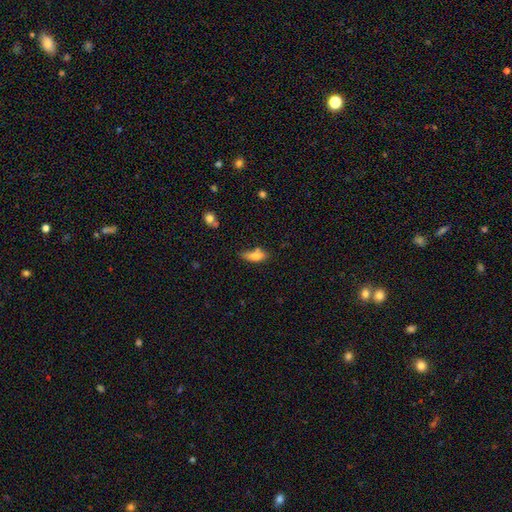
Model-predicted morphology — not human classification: Smooth or featured? smooth (77%)
How rounded? in between (71%)
Merging? none (53%)